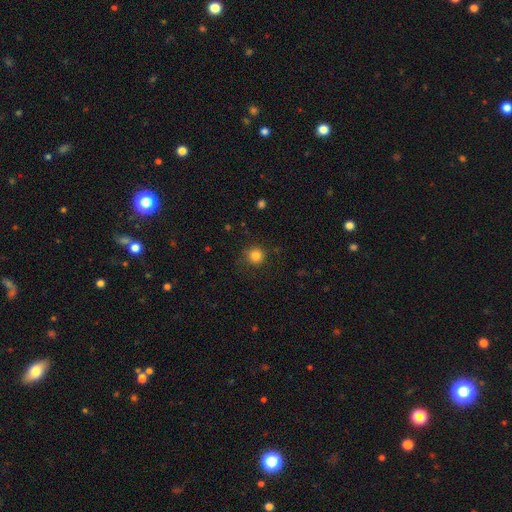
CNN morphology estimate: smooth_or_featured: smooth (p=0.83) [alt: star or artifact p=0.12]
how_rounded: round (p=0.94) [alt: in between p=0.05]
merging: none (p=0.84) [alt: minor disturbance p=0.11]